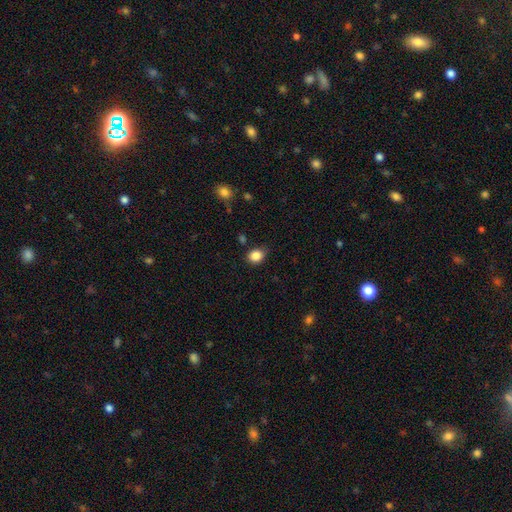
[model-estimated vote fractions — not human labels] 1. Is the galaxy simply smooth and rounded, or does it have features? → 86% smooth, 10% star or artifact, 4% featured or disk.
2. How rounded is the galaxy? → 58% round, 41% in between, 1% cigar-shaped.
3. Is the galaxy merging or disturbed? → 77% none, 17% minor disturbance, 3% major disturbance, 2% merger.